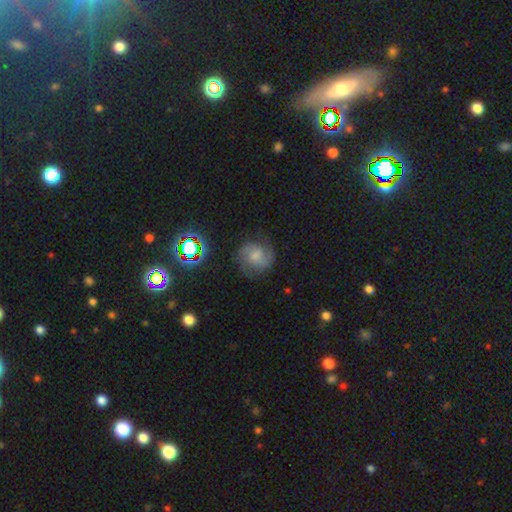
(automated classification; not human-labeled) Smooth or featured: featured or disk — 57% (smooth — 31%)
Edge-on disk: no — 97% (yes — 3%)
Bar: no — 56% (weak — 37%)
Spiral arms: yes — 90% (no — 10%)
Spiral winding: medium — 48% (tight — 32%)
Spiral arm count: 2 — 68% (can't tell — 16%)
Bulge size: moderate — 32% (none — 28%)
Merging: none — 69% (minor disturbance — 19%)